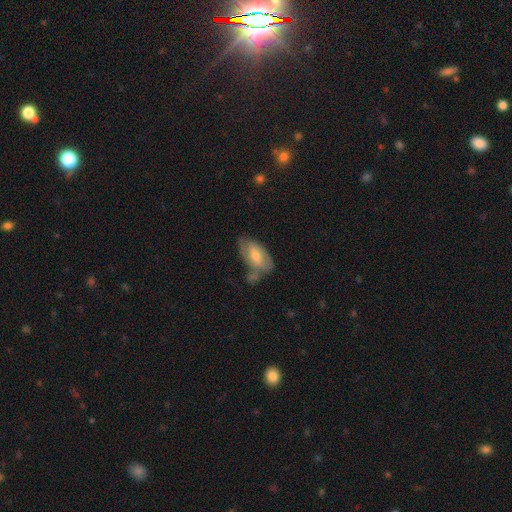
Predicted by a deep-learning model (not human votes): smooth-or-featured: smooth: 52% | featured or disk: 41% | star or artifact: 7%
  how-rounded: in between: 91% | cigar-shaped: 5% | round: 4%
  merging: none: 46% | minor disturbance: 27% | merger: 17% | major disturbance: 11%